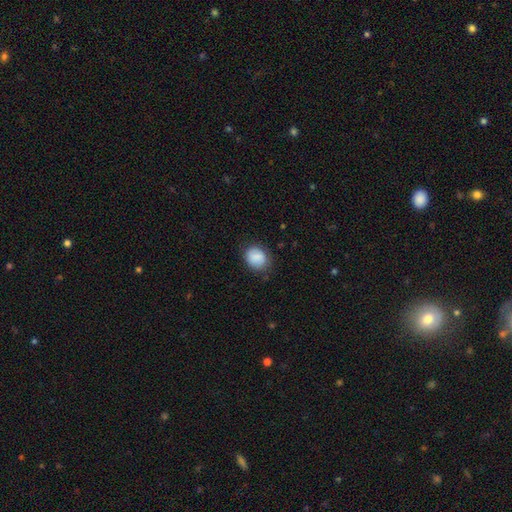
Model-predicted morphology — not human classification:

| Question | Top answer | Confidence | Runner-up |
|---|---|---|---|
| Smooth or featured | smooth | 85% | featured or disk (8%) |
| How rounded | round | 58% | in between (41%) |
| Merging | none | 79% | minor disturbance (16%) |